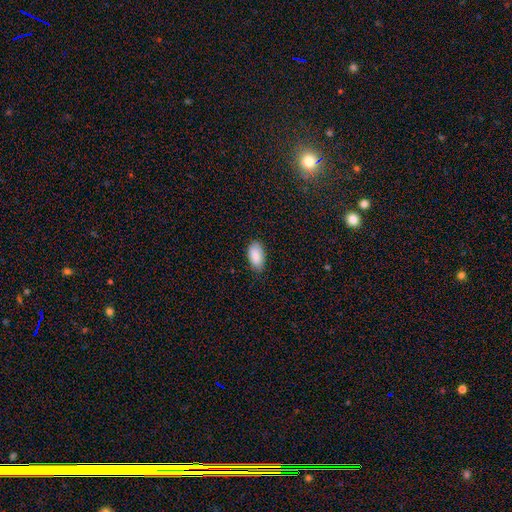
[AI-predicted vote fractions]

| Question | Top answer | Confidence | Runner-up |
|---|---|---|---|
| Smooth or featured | smooth | 89% | star or artifact (6%) |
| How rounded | in between | 94% | cigar-shaped (4%) |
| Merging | none | 83% | minor disturbance (14%) |